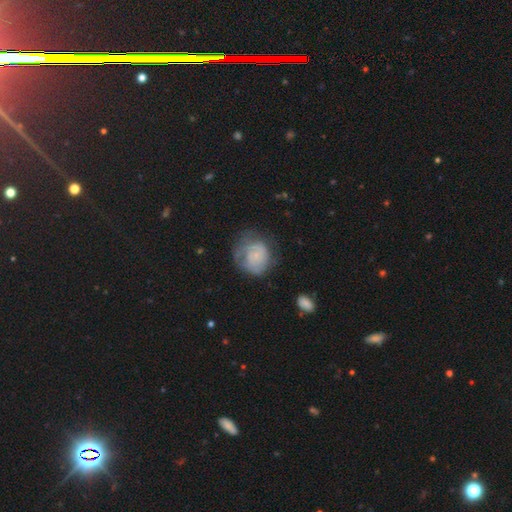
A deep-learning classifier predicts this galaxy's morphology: smooth_or_featured: featured or disk (p=0.51) [alt: smooth p=0.41]
disk_edge_on: no (p=0.98) [alt: yes p=0.02]
merging: none (p=0.48) [alt: minor disturbance p=0.26]